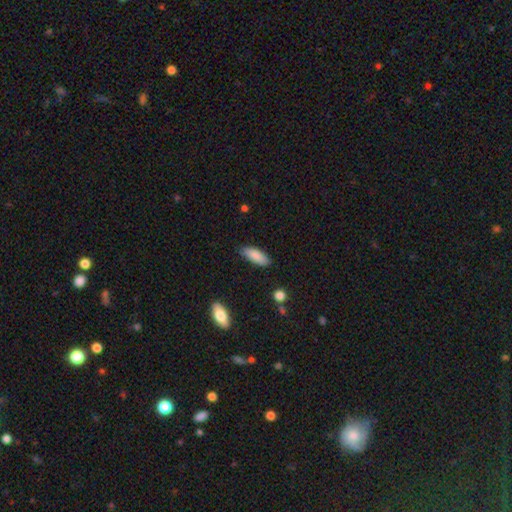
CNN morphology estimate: A smooth galaxy with no disk features (86%) that is in between round and cigar-shaped (71%). Merging: none (84%).